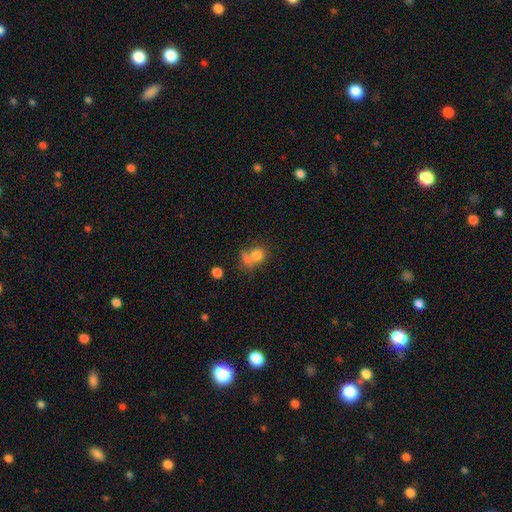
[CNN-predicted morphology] smooth_or_featured: smooth (p=0.75) [alt: featured or disk p=0.13]
how_rounded: round (p=0.64) [alt: in between p=0.35]
merging: merger (p=0.43) [alt: none p=0.34]